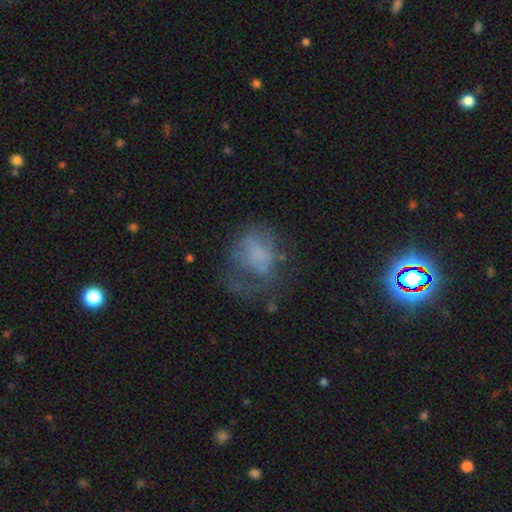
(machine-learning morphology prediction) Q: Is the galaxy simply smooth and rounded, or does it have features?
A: smooth — 44%.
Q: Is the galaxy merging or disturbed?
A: none — 37%, tied with major disturbance.